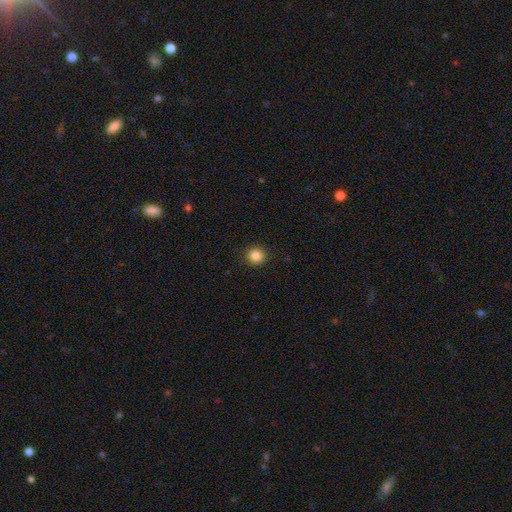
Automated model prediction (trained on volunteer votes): A smooth galaxy with no disk features (85%) that is round (93%). Merging: none (92%).